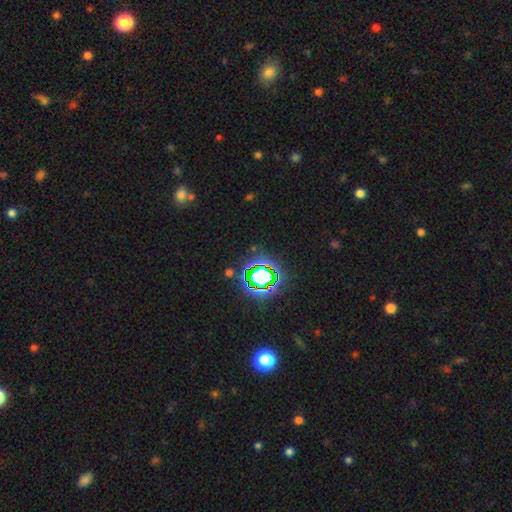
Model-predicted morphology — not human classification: smooth_or_featured: star or artifact (p=0.80) [alt: smooth p=0.13]